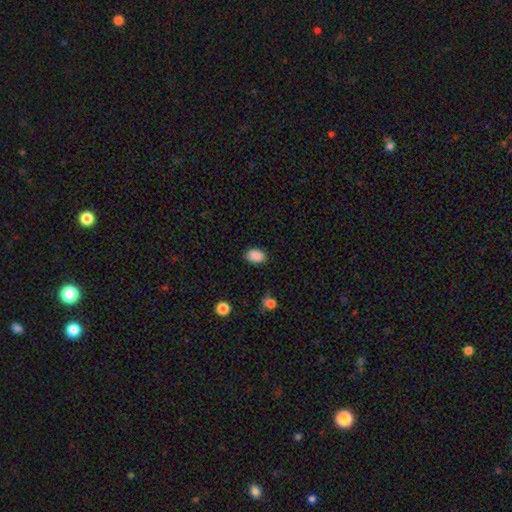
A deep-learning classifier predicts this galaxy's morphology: This is clearly a smooth galaxy (88%). How rounded: clearly in between (84%). Merging: clearly none (83%).